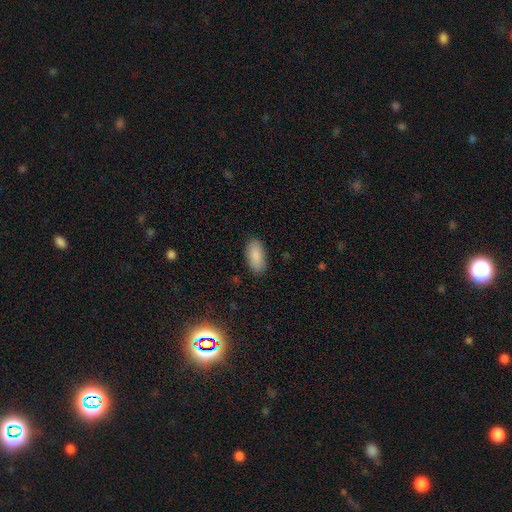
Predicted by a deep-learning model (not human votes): smooth-or-featured: smooth: 89% | star or artifact: 6% | featured or disk: 5%
  how-rounded: in between: 91% | cigar-shaped: 7% | round: 2%
  merging: none: 88% | minor disturbance: 9% | major disturbance: 2% | merger: 1%